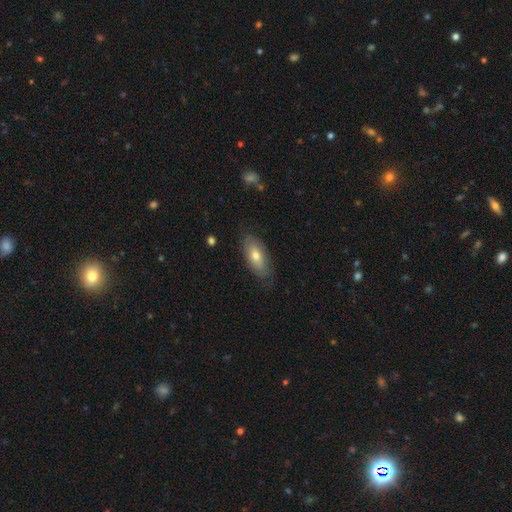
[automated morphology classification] Q: Smooth or featured?
A: smooth (66%); runner-up: featured or disk (28%)
Q: How rounded?
A: in between (87%); runner-up: cigar-shaped (10%)
Q: Merging?
A: none (75%); runner-up: minor disturbance (19%)